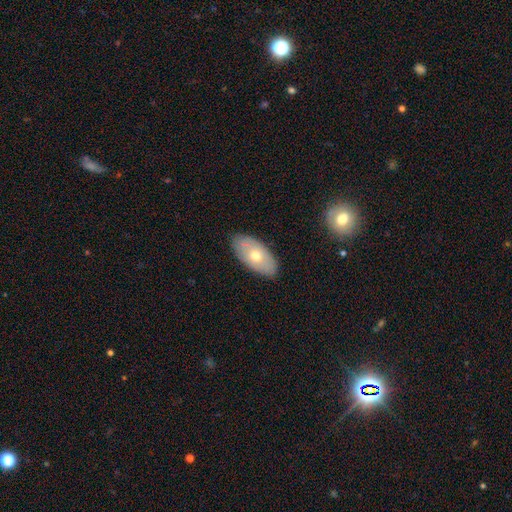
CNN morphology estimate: smooth_or_featured: smooth (p=0.56) [alt: featured or disk p=0.38]
how_rounded: in between (p=0.93) [alt: round p=0.04]
merging: none (p=0.84) [alt: minor disturbance p=0.12]